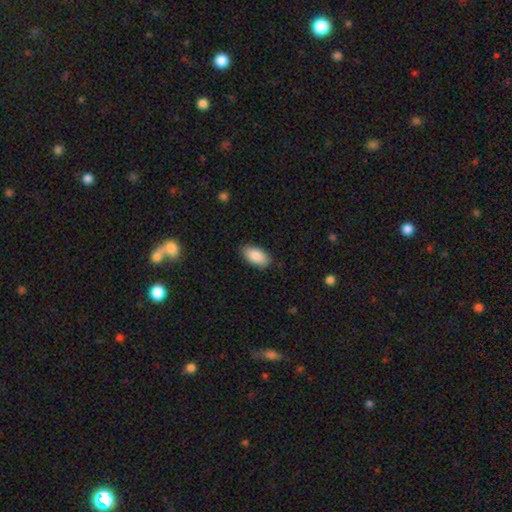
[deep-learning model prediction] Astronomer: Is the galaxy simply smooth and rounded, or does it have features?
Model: smooth — 88%.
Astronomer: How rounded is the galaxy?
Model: in between — 94%.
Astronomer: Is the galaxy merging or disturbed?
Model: none — 86%.